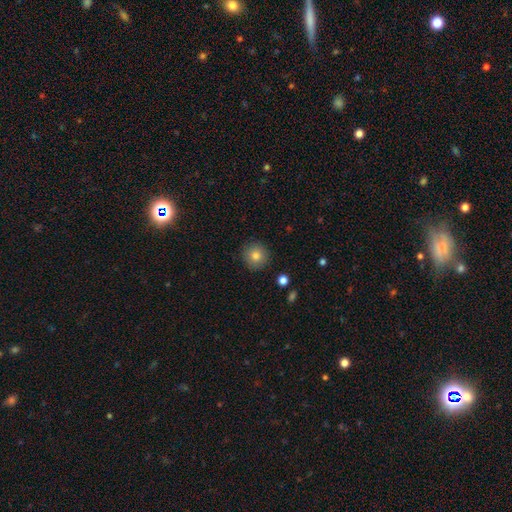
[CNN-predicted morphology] type=smooth (81%); roundness=round (94%); merging=none (91%).